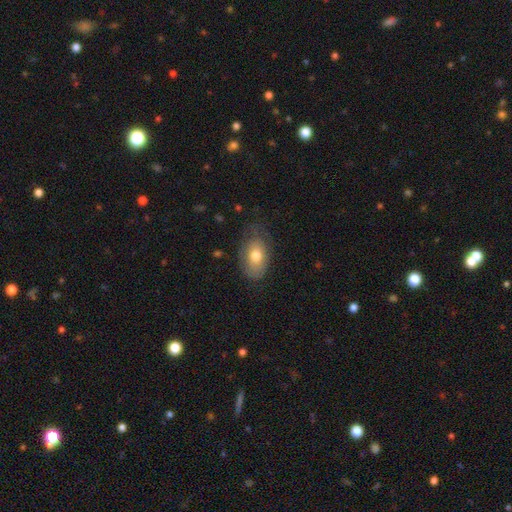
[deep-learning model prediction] Smooth or featured: smooth — 71% (featured or disk — 22%)
How rounded: in between — 88% (round — 10%)
Merging: none — 62% (minor disturbance — 27%)